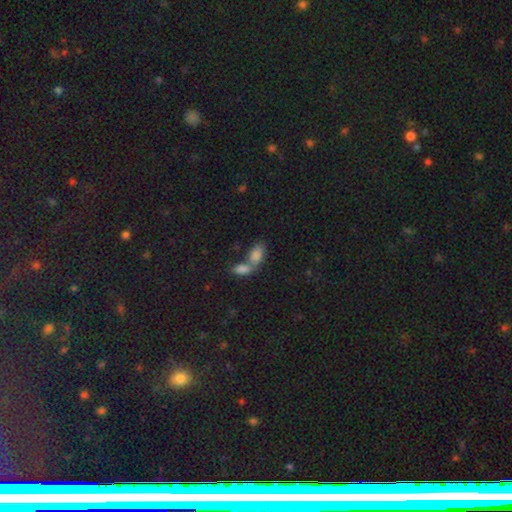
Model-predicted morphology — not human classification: A smooth galaxy with no disk features (80%) that is in between round and cigar-shaped (90%). Merging: merger (62%).